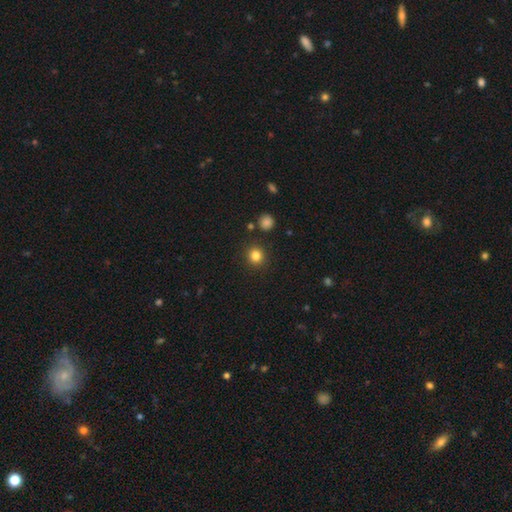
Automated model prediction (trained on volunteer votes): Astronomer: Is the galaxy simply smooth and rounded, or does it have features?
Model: smooth — 83%.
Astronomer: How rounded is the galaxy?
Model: round — 91%.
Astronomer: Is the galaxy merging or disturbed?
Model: none — 89%.